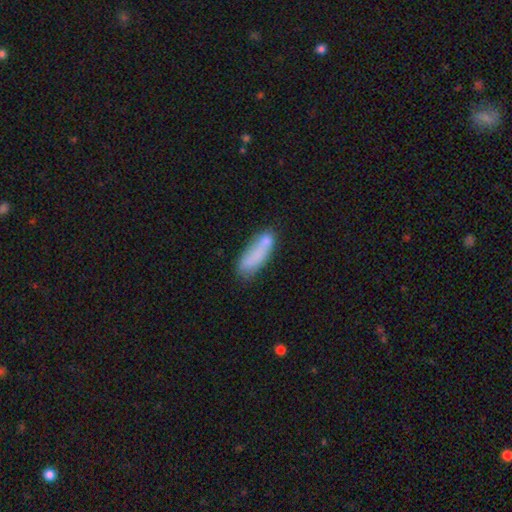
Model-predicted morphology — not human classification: smooth 75%, featured or disk 18%, star or artifact 8%. Down the decision tree: how rounded — in between (52%); merging — none (47%).